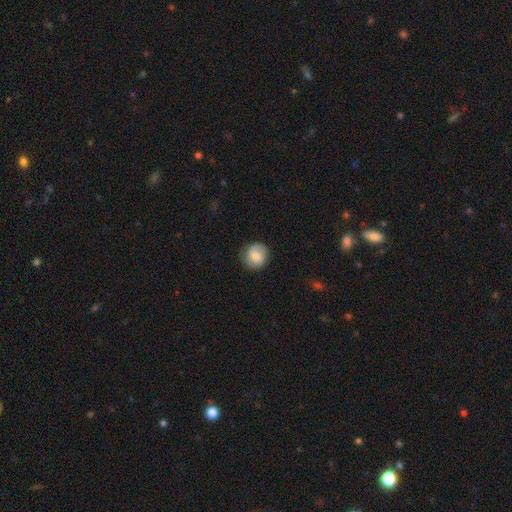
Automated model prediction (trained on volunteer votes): Smooth or featured?
  - smooth: 72% *
  - featured or disk: 20%
  - star or artifact: 8%
How rounded?
  - round: 85% *
  - in between: 14%
  - cigar-shaped: 1%
Merging?
  - none: 77% *
  - minor disturbance: 17%
  - major disturbance: 5%
  - merger: 1%